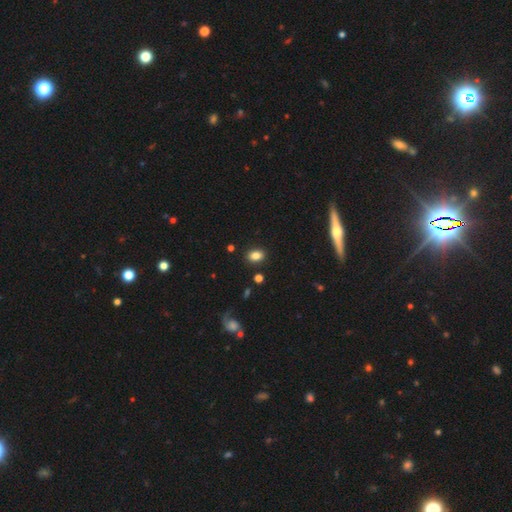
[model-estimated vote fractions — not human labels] smooth 83%, star or artifact 10%, featured or disk 7%. Down the decision tree: how rounded — in between (78%); merging — none (88%).